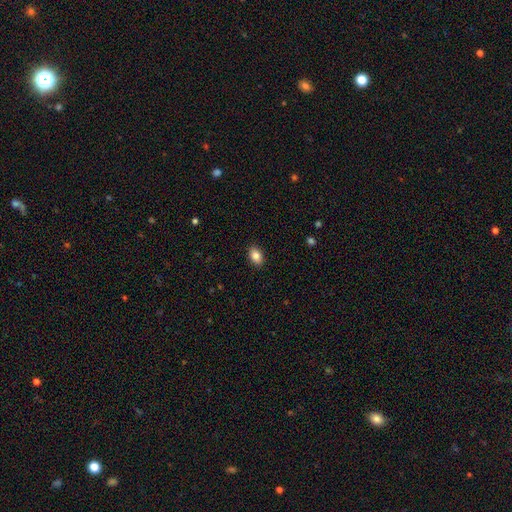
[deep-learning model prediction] smooth_or_featured: smooth (p=0.86) [alt: star or artifact p=0.08]
how_rounded: in between (p=0.87) [alt: round p=0.12]
merging: none (p=0.90) [alt: minor disturbance p=0.08]